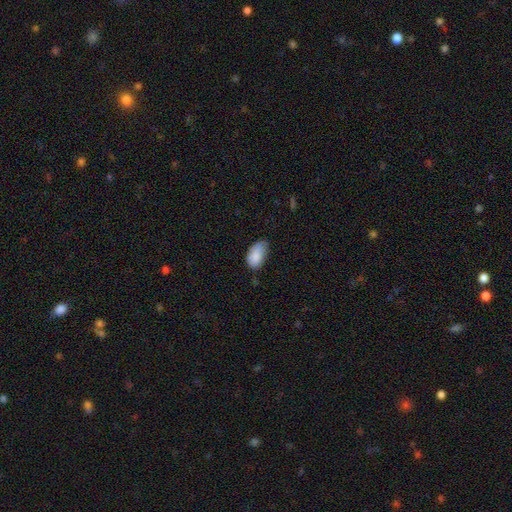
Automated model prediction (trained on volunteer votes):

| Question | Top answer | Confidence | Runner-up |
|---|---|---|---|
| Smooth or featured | smooth | 85% | featured or disk (8%) |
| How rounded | in between | 94% | round (4%) |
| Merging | none | 50% | minor disturbance (41%) |